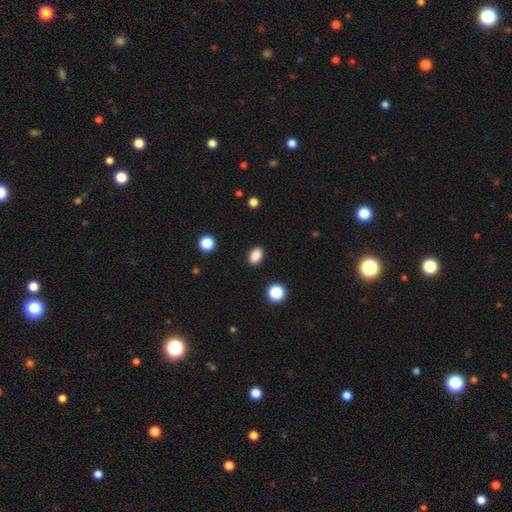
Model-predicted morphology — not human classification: Smooth or featured? Predicted: smooth (p=0.87). How rounded? Predicted: in between (p=0.84). Merging? Predicted: none (p=0.89).